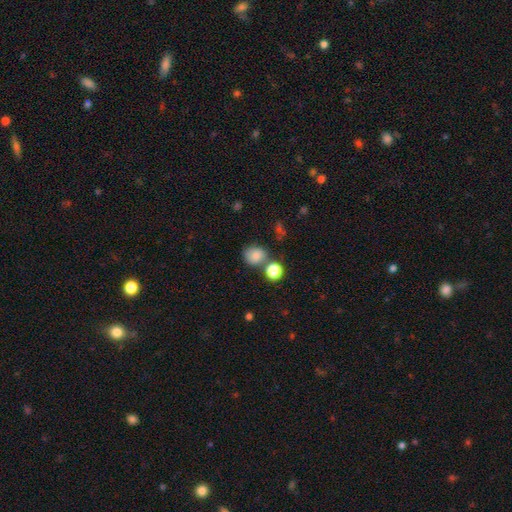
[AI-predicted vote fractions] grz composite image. It shows a smooth galaxy with no disk features (80%) that is round (74%). Merging: none (63%).